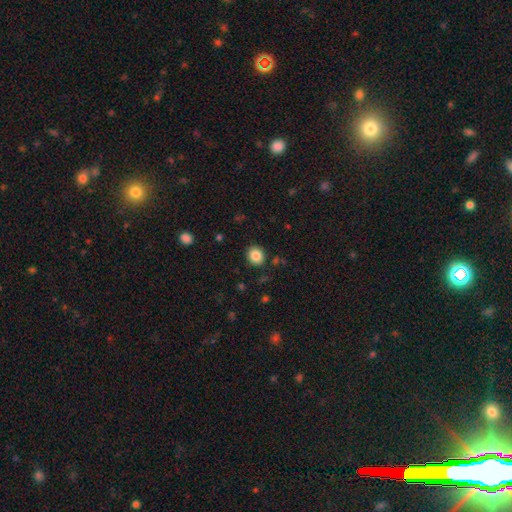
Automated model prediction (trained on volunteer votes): Smooth or featured?
  - smooth: 86% *
  - star or artifact: 9%
  - featured or disk: 5%
How rounded?
  - round: 77% *
  - in between: 22%
  - cigar-shaped: 1%
Merging?
  - none: 89% *
  - minor disturbance: 7%
  - major disturbance: 2%
  - merger: 2%